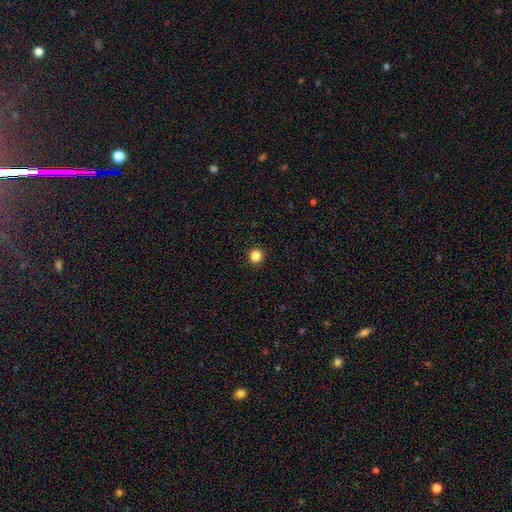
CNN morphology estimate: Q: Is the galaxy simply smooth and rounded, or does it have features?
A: smooth — 85%.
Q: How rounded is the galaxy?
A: round — 95%.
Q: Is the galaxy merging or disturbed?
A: none — 94%.